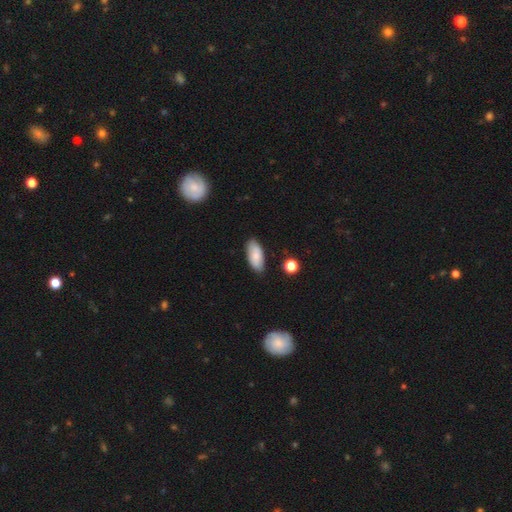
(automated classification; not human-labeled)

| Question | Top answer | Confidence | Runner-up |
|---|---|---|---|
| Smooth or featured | smooth | 80% | featured or disk (13%) |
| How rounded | in between | 87% | cigar-shaped (10%) |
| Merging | none | 82% | minor disturbance (14%) |